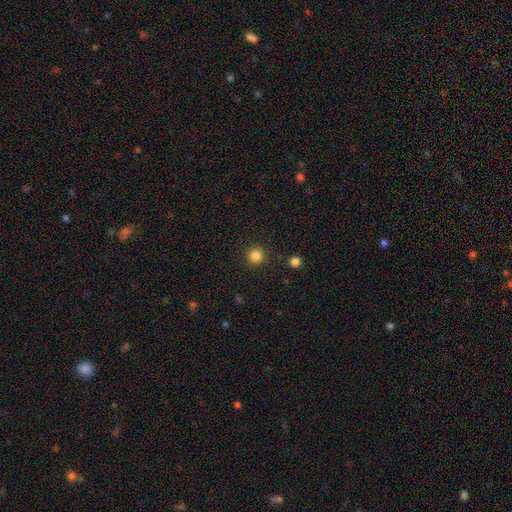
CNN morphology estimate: A smooth galaxy with no disk features (84%) that is round (95%).

Vote fractions:
- Smooth or featured? smooth: 84% / star or artifact: 12% / featured or disk: 4%
- How rounded? round: 95% / in between: 4% / cigar-shaped: 1%
- Merging? none: 91% / minor disturbance: 5% / major disturbance: 2% / merger: 2%